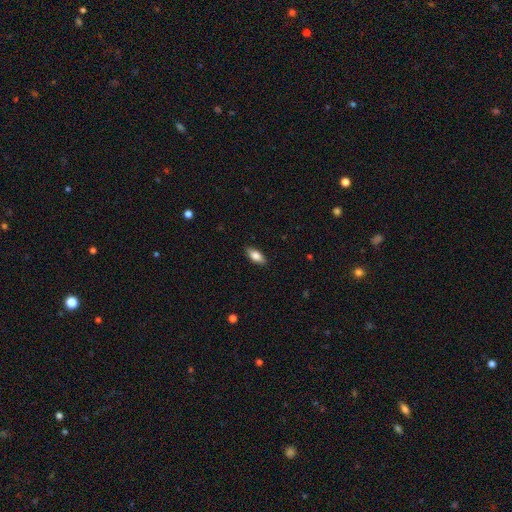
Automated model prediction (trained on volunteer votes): Smooth or featured? Predicted: smooth (p=0.82). How rounded? Predicted: in between (p=0.85). Merging? Predicted: none (p=0.88).